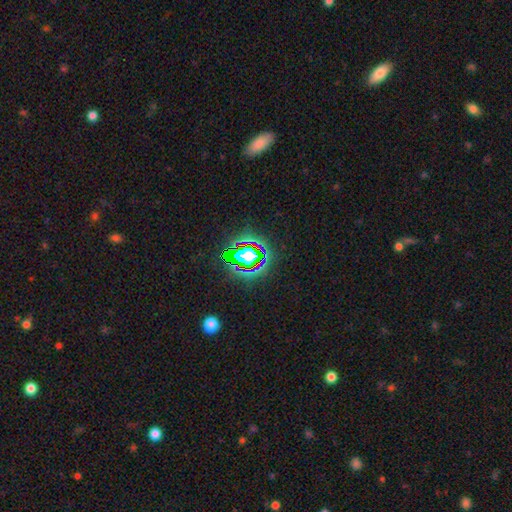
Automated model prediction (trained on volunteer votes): Q: Smooth or featured?
A: star or artifact (77%); runner-up: smooth (14%)